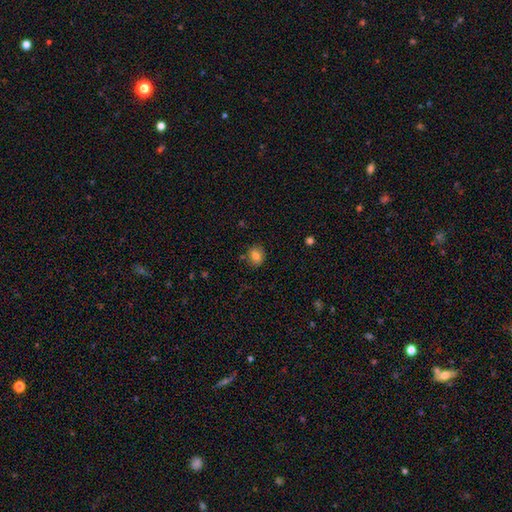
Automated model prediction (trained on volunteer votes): Smooth or featured?
  - smooth: 83% *
  - star or artifact: 10%
  - featured or disk: 7%
How rounded?
  - round: 56% *
  - in between: 43%
  - cigar-shaped: 1%
Merging?
  - none: 81% *
  - minor disturbance: 12%
  - merger: 4%
  - major disturbance: 3%